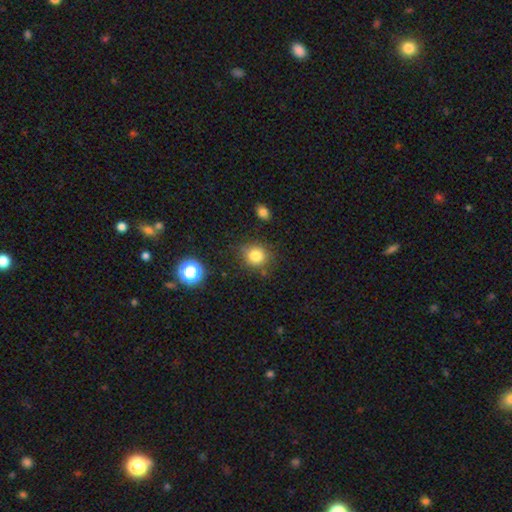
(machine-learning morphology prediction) Smooth or featured? Predicted: smooth (p=0.82). How rounded? Predicted: round (p=0.83). Merging? Predicted: none (p=0.80).